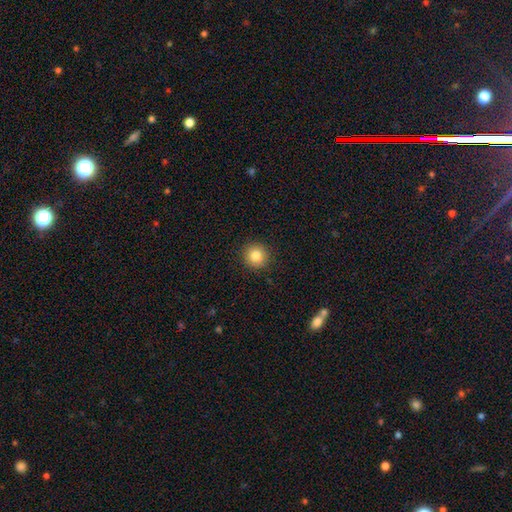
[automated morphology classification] The model was most divided on "smooth or featured": smooth: 83%, star or artifact: 11%, featured or disk: 6%. More confident: how rounded — round (93%); merging — none (91%).